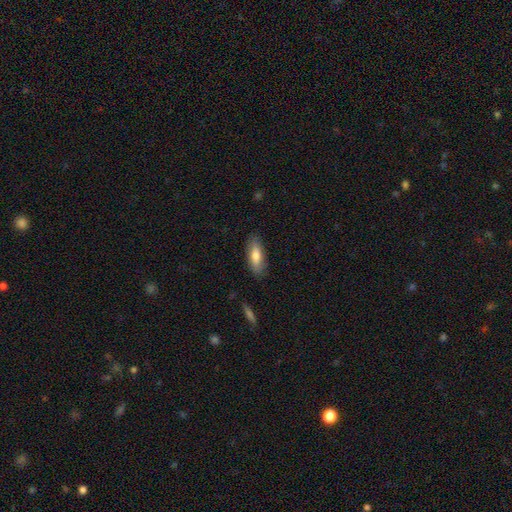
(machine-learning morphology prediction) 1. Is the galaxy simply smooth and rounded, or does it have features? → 77% smooth, 17% featured or disk, 6% star or artifact.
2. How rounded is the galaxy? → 61% in between, 37% cigar-shaped, 2% round.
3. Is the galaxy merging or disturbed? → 86% none, 11% minor disturbance, 2% major disturbance, 1% merger.